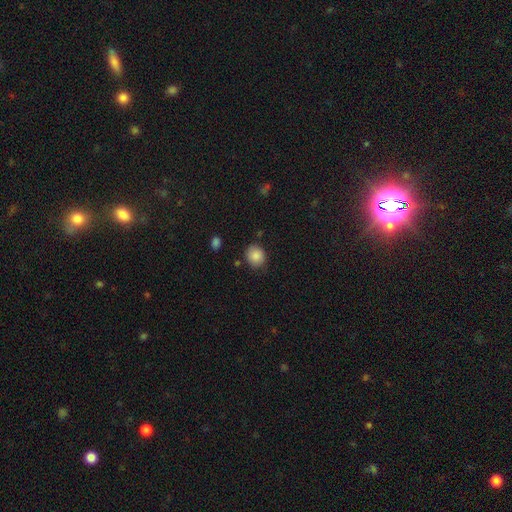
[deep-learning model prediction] The model was most divided on "how rounded": round: 74%, in between: 25%, cigar-shaped: 1%. More confident: smooth or featured — smooth (87%); merging — none (81%).